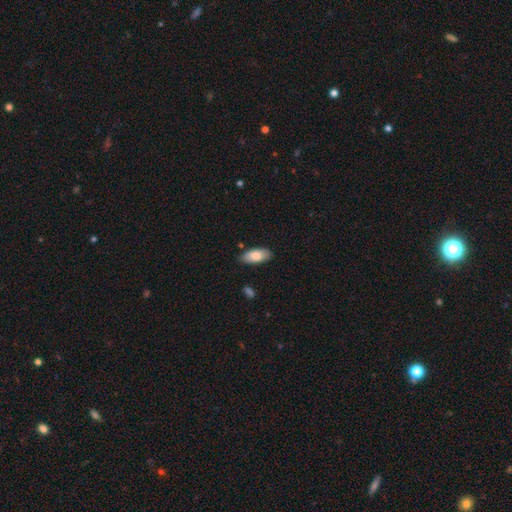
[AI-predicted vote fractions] Smooth or featured? Predicted: smooth (p=0.82). How rounded? Predicted: in between (p=0.89). Merging? Predicted: none (p=0.81).